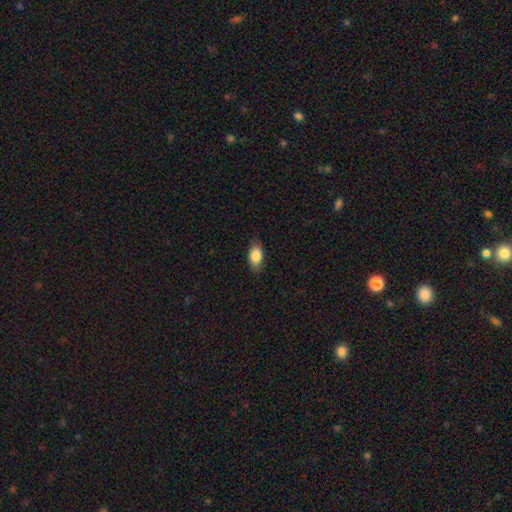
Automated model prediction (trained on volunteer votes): Smooth or featured? smooth (83%)
How rounded? in between (88%)
Merging? none (79%)